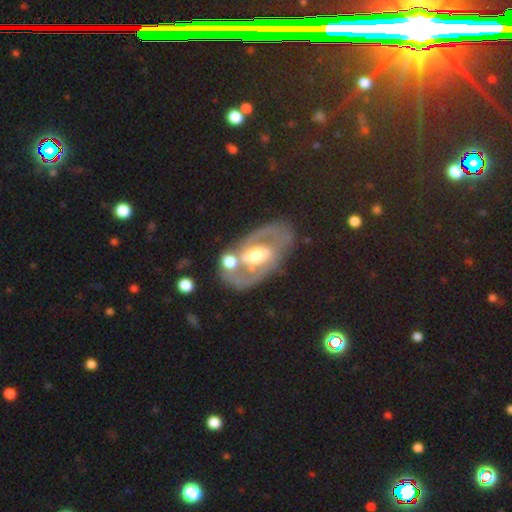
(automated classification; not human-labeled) Morphology: type=featured or disk (79%); edge-on=no (95%); bar=weak (36%, tied with no); spiral arms=yes (69%); winding=medium (48%); arm count=2 (80%); bulge=moderate (62%); merging=none (61%).